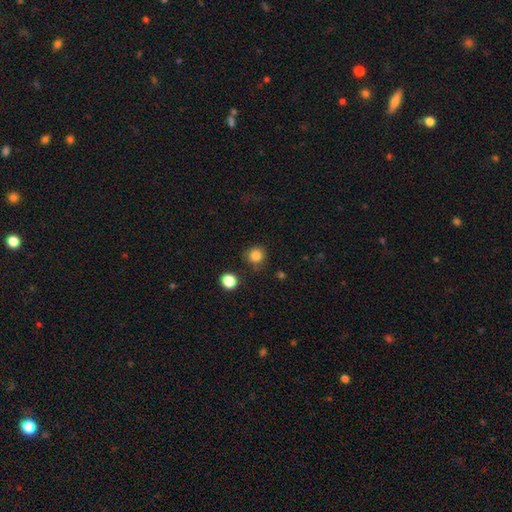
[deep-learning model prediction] smooth_or_featured: smooth (p=0.84) [alt: star or artifact p=0.12]
how_rounded: round (p=0.90) [alt: in between p=0.09]
merging: none (p=0.81) [alt: minor disturbance p=0.12]